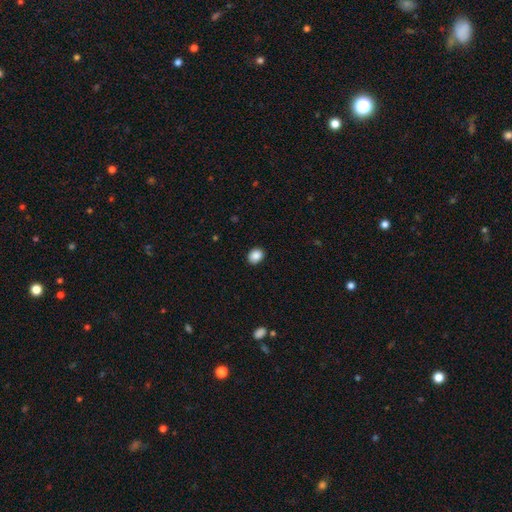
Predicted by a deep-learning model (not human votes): This appears to be a smooth galaxy with no disk features (88%) that is round (54%). Merging: none (89%).